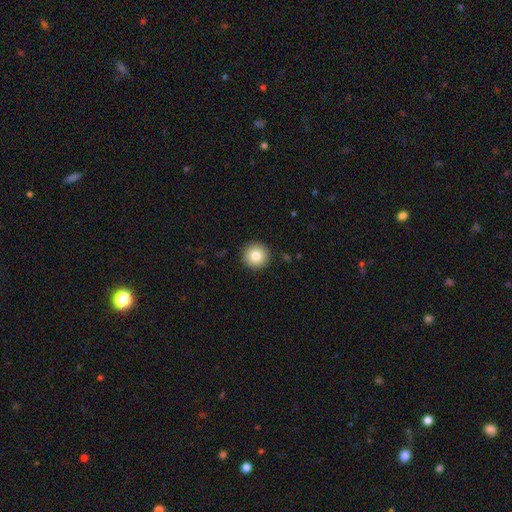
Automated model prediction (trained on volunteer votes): The model was most divided on "smooth or featured": smooth: 81%, star or artifact: 9%, featured or disk: 9%. More confident: how rounded — round (96%); merging — none (92%).